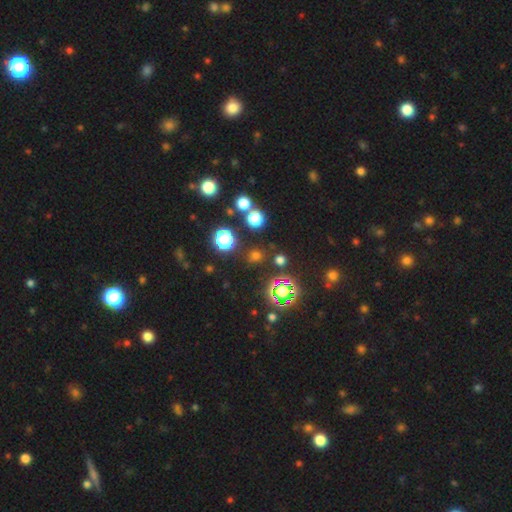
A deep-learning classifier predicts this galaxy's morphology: type=smooth (55%); roundness=round (89%); merging=none (82%).